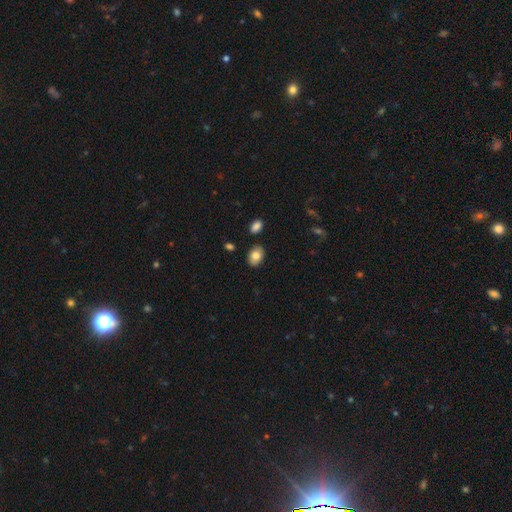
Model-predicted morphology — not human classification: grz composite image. It shows a smooth galaxy with no disk features (81%) that is in between round and cigar-shaped (84%). Merging: none (86%).